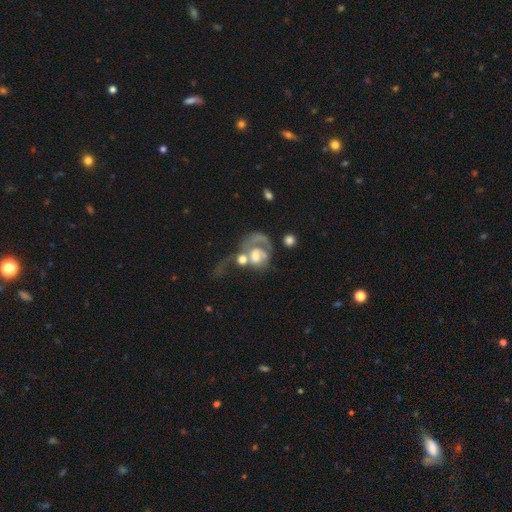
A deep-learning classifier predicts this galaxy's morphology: This appears to be a featured or disk galaxy (66%) with no bar (71%), spiral arms (67%) and a moderate central bulge (52%). Merging: merger (51%).